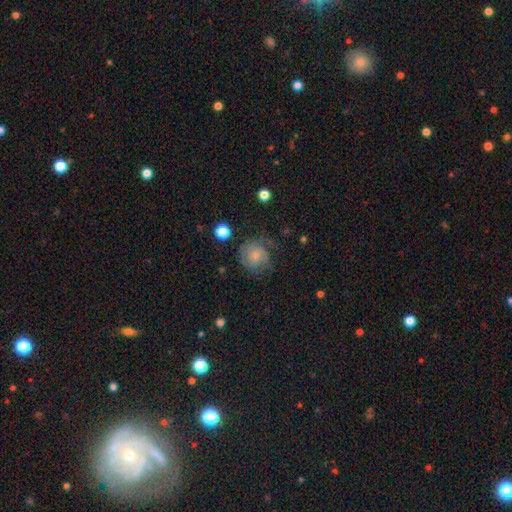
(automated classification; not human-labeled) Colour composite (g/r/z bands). It shows a featured or disk galaxy (65%) with no bar (72%), tight (51%) spiral arms (90%) and a small central bulge (60%). Merging: none (59%).